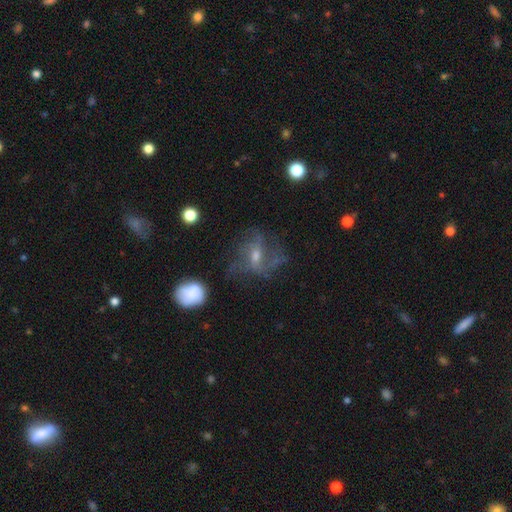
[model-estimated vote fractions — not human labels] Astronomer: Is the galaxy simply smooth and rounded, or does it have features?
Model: featured or disk — 67%.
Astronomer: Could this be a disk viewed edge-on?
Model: no — 95%.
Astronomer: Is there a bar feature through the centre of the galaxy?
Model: weak — 43%, tied with no at 43%.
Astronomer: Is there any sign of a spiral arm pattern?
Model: yes — 78%.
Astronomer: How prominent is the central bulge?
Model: small — 48% (runner-up: moderate, 42%).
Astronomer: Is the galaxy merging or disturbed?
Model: none — 54%.